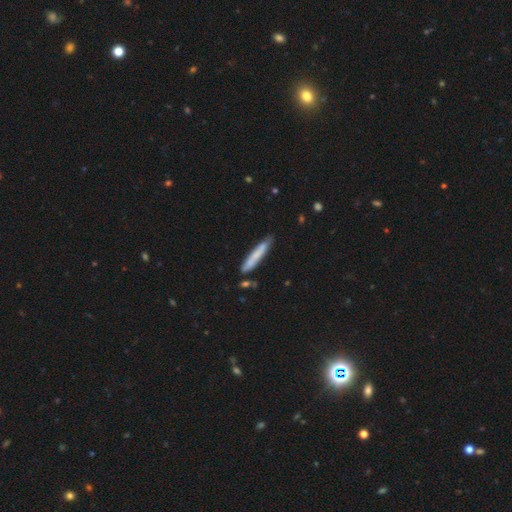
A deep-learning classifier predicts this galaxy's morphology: Smooth or featured: smooth — 70% (featured or disk — 25%)
How rounded: cigar-shaped — 93% (in between — 5%)
Merging: none — 76% (minor disturbance — 17%)